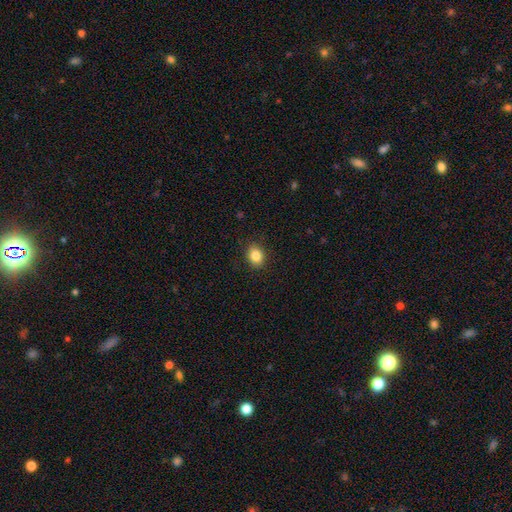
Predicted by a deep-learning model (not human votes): Overall: smooth (85%). How rounded: round (52%; in between 47%). Merging: none (89%).